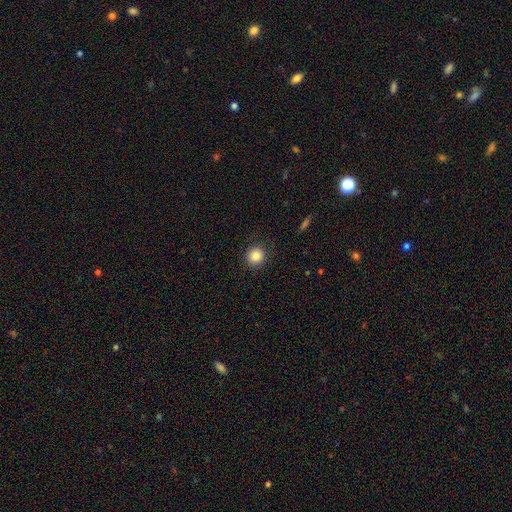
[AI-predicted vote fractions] smooth_or_featured: smooth (p=0.86) [alt: star or artifact p=0.10]
how_rounded: round (p=0.92) [alt: in between p=0.07]
merging: none (p=0.89) [alt: minor disturbance p=0.07]